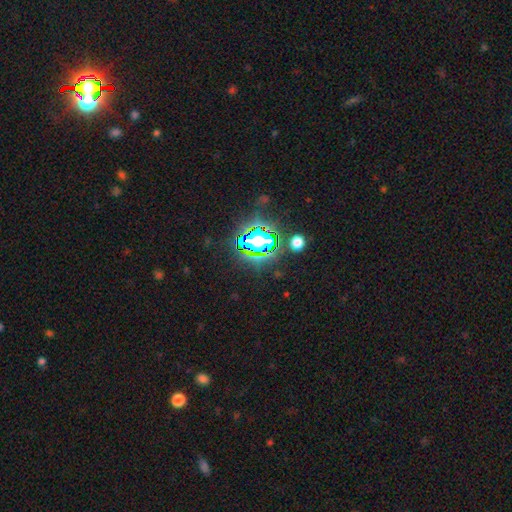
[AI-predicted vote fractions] Smooth or featured? Predicted: star or artifact (p=0.67).